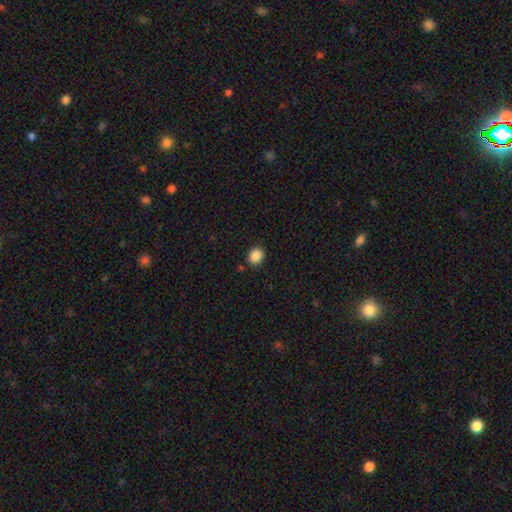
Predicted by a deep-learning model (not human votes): This is clearly a smooth galaxy (87%). How rounded: likely round (70%). Merging: clearly none (87%).